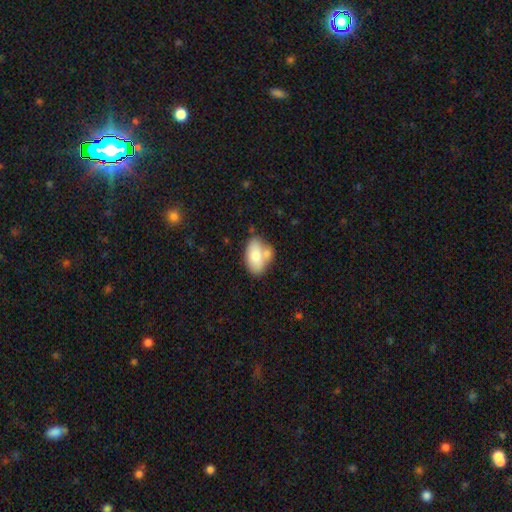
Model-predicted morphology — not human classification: type=smooth (77%); roundness=in between (92%); merging=none (44%).